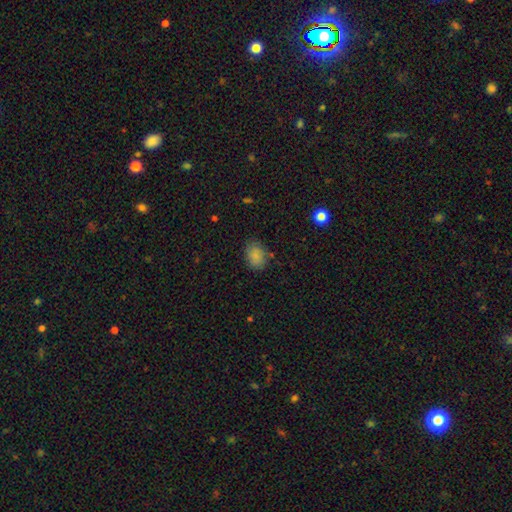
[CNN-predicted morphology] A smooth galaxy with no disk features (85%) that is in between round and cigar-shaped (76%). Merging: none (78%).